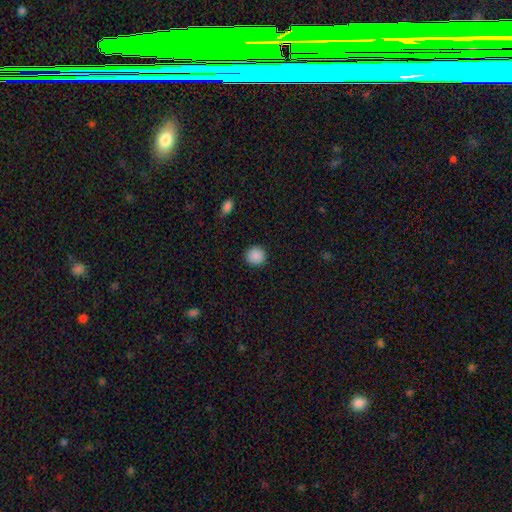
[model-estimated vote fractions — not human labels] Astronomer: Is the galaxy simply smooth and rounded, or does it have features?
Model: smooth — 89%.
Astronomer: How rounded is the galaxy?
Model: round — 90%.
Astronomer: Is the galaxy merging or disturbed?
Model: none — 91%.